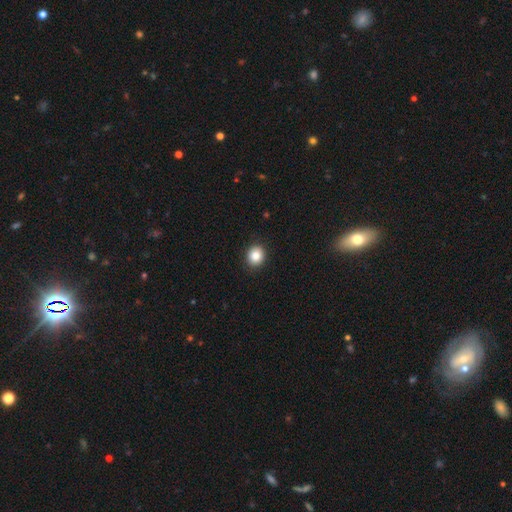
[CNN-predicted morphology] Q: Smooth or featured?
A: smooth (85%); runner-up: star or artifact (9%)
Q: How rounded?
A: round (72%); runner-up: in between (27%)
Q: Merging?
A: none (90%); runner-up: minor disturbance (7%)